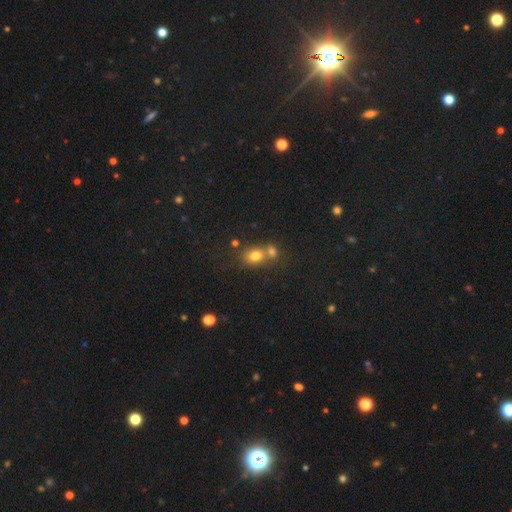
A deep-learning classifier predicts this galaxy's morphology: Q: Smooth or featured?
A: smooth (76%); runner-up: star or artifact (14%)
Q: How rounded?
A: in between (50%); runner-up: round (49%)
Q: Merging?
A: merger (50%); runner-up: none (38%)